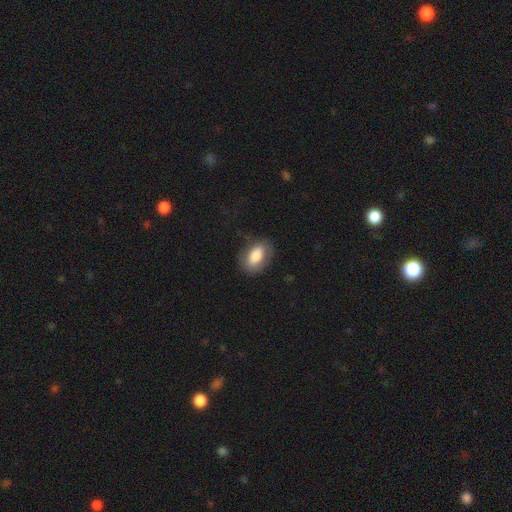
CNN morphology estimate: This is likely a smooth galaxy (77%). How rounded: clearly in between (89%). Merging: likely none (69%).